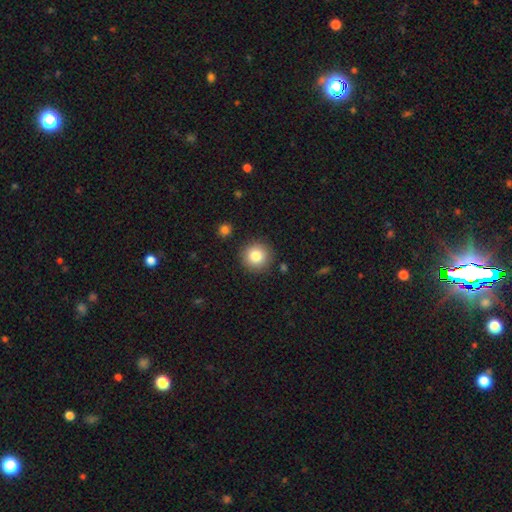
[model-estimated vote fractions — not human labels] Smooth or featured?
  - smooth: 82% *
  - star or artifact: 10%
  - featured or disk: 8%
How rounded?
  - round: 94% *
  - in between: 5%
  - cigar-shaped: 1%
Merging?
  - none: 89% *
  - minor disturbance: 6%
  - merger: 2%
  - major disturbance: 2%